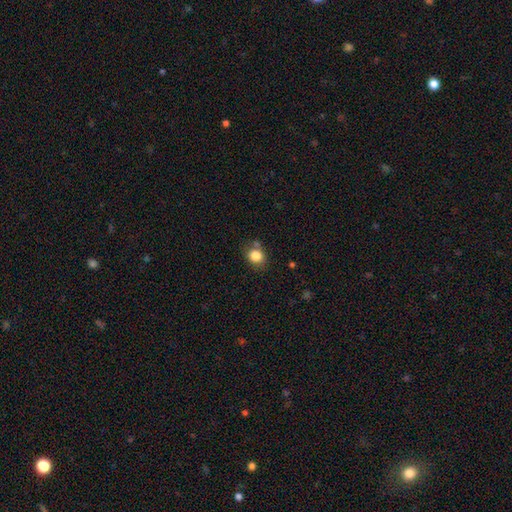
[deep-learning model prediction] Smooth or featured?
  - smooth: 84% *
  - star or artifact: 10%
  - featured or disk: 6%
How rounded?
  - round: 66% *
  - in between: 33%
  - cigar-shaped: 1%
Merging?
  - none: 72% *
  - minor disturbance: 15%
  - merger: 9%
  - major disturbance: 4%